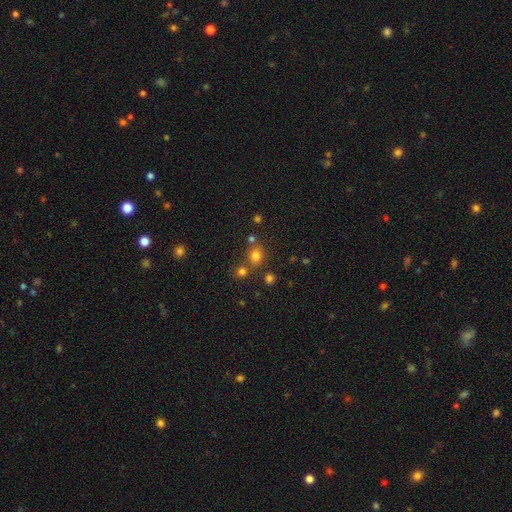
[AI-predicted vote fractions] A smooth galaxy with no disk features (74%) that is round (73%).

Vote fractions:
- Smooth or featured? smooth: 74% / star or artifact: 19% / featured or disk: 7%
- How rounded? round: 73% / in between: 26% / cigar-shaped: 1%
- Merging? none: 66% / merger: 20% / minor disturbance: 10% / major disturbance: 4%